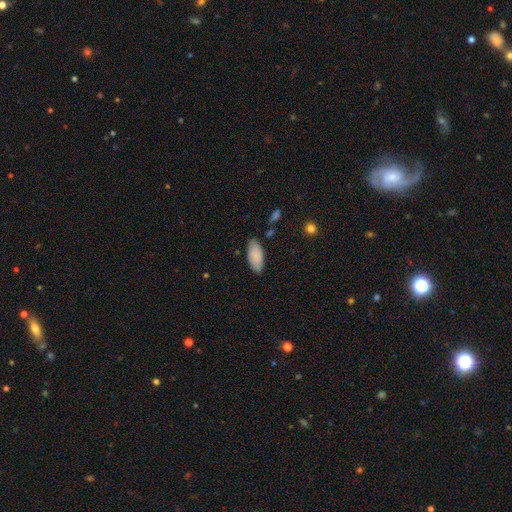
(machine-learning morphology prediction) Overall: smooth (86%). How rounded: in between (88%). Merging: none (80%).